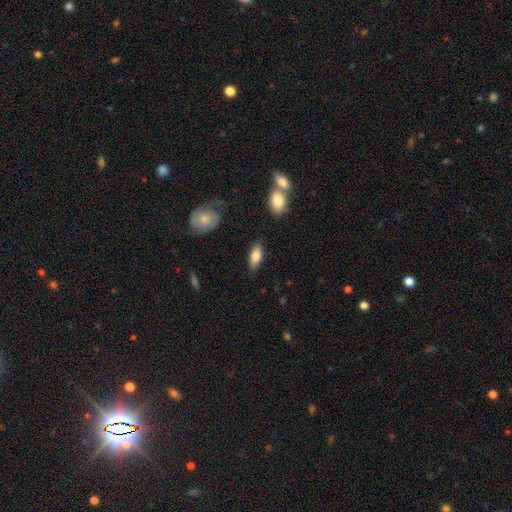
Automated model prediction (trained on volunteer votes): Overall: smooth (78%). How rounded: in between (78%). Merging: none (85%).